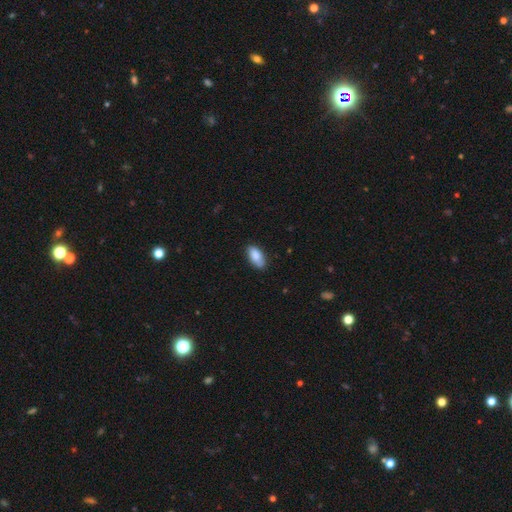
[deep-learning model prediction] smooth_or_featured: smooth (p=0.86) [alt: featured or disk p=0.08]
how_rounded: in between (p=0.92) [alt: cigar-shaped p=0.05]
merging: none (p=0.79) [alt: minor disturbance p=0.17]